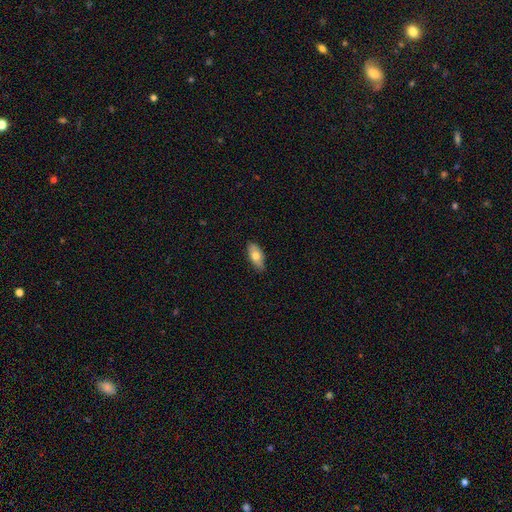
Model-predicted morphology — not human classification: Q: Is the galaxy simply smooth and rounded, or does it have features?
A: smooth — 71%.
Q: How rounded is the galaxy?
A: in between — 86%.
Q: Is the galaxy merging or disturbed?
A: none — 86%.